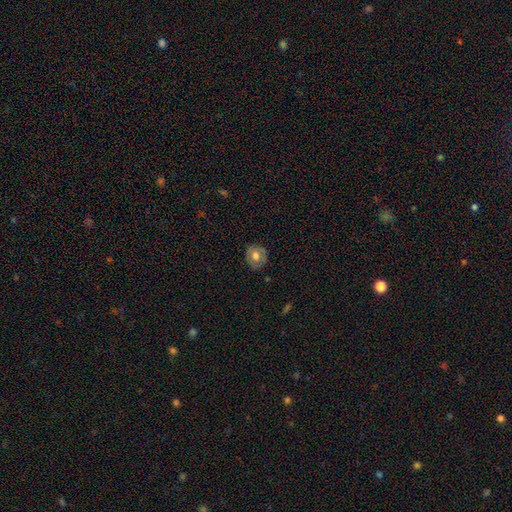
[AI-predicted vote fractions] The model was most divided on "smooth or featured": smooth: 59%, featured or disk: 33%, star or artifact: 8%. More confident: merging — none (82%); how rounded — round (74%).